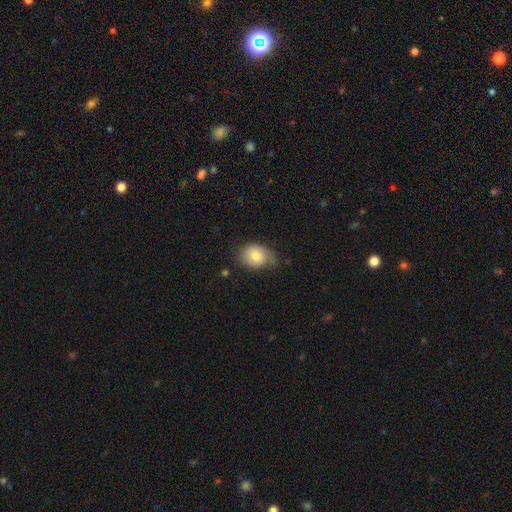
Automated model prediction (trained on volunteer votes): Overall: smooth (69%). How rounded: in between (65%; round 34%). Merging: none (50%; minor disturbance 36%).